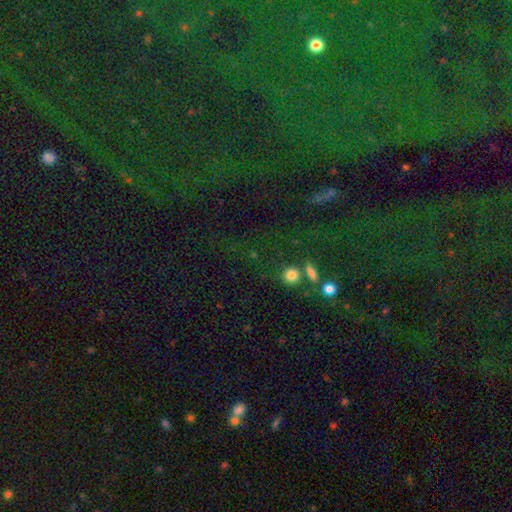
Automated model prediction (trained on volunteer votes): Overall: star or artifact (67%).